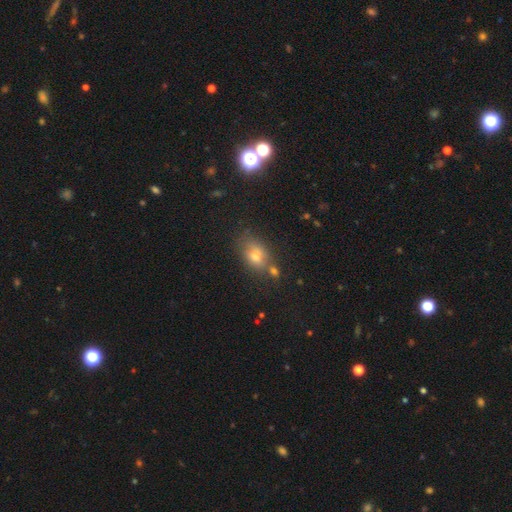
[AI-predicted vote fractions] Smooth or featured?
  - smooth: 69% *
  - star or artifact: 17%
  - featured or disk: 14%
How rounded?
  - in between: 69% *
  - round: 29%
  - cigar-shaped: 3%
Merging?
  - none: 60% *
  - merger: 18%
  - minor disturbance: 17%
  - major disturbance: 5%